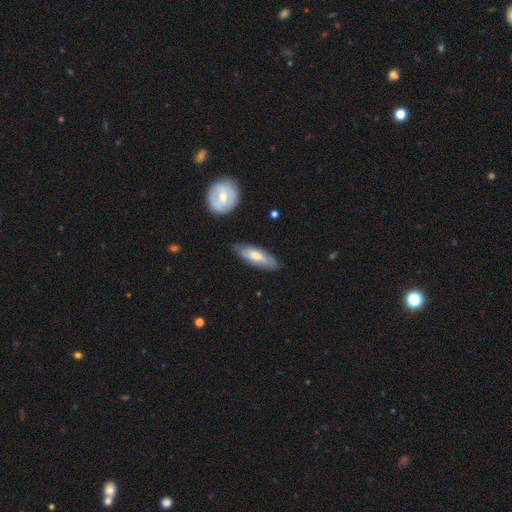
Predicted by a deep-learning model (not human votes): A smooth galaxy with no disk features (58%) that is in between round and cigar-shaped (57%).

Vote fractions:
- Smooth or featured? smooth: 58% / featured or disk: 37% / star or artifact: 5%
- How rounded? in between: 57% / cigar-shaped: 41% / round: 2%
- Merging? none: 77% / minor disturbance: 17% / major disturbance: 3% / merger: 2%